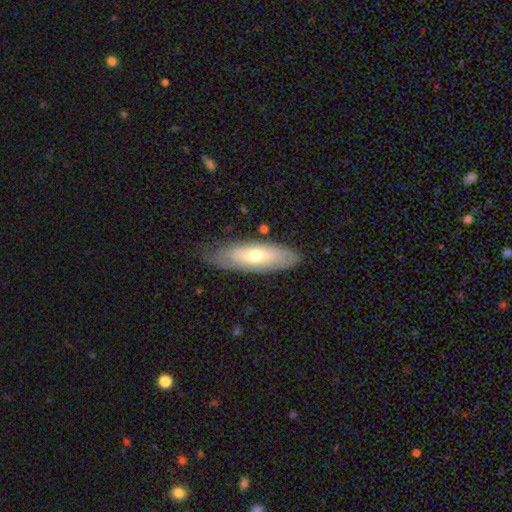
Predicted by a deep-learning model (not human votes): Smooth or featured: smooth — 49% (featured or disk — 45%)
Merging: none — 70% (minor disturbance — 23%)